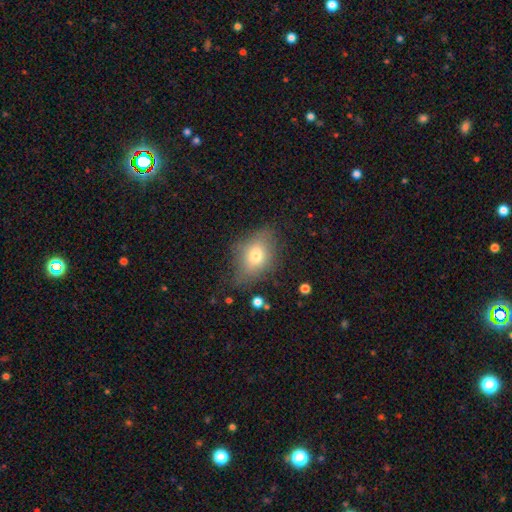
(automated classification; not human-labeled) Overall: smooth (69%). How rounded: in between (73%). Merging: none (61%; minor disturbance 26%).